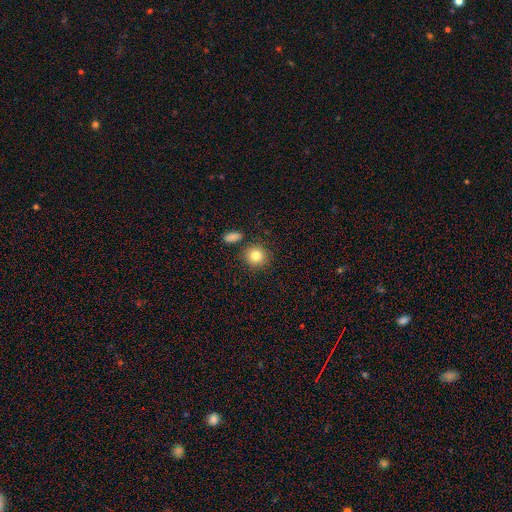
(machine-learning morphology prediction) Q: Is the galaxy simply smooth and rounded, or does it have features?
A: smooth — 83%.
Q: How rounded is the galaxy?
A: round — 90%.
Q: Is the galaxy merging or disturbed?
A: none — 83%.